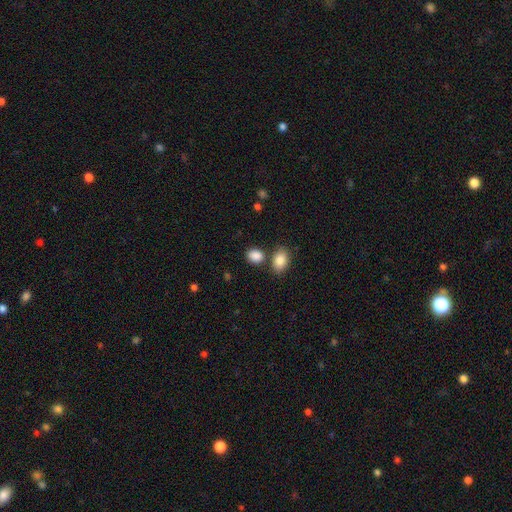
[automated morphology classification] This is clearly a smooth galaxy (88%). How rounded: likely in between (62%). Merging: likely none (70%).